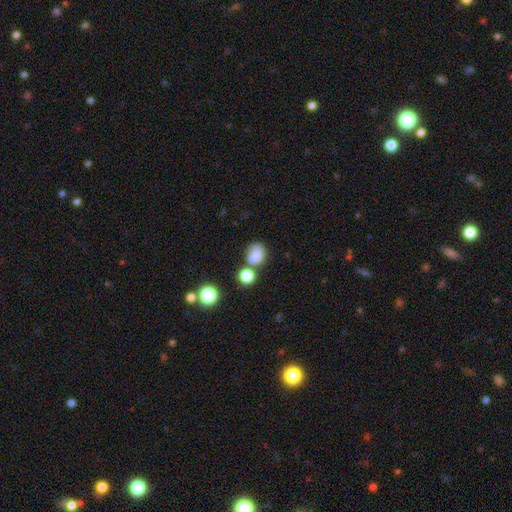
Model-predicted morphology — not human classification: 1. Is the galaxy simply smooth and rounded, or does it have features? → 80% smooth, 11% star or artifact, 9% featured or disk.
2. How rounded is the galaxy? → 63% round, 36% in between, 1% cigar-shaped.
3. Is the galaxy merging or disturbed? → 54% none, 23% merger, 17% minor disturbance, 7% major disturbance.